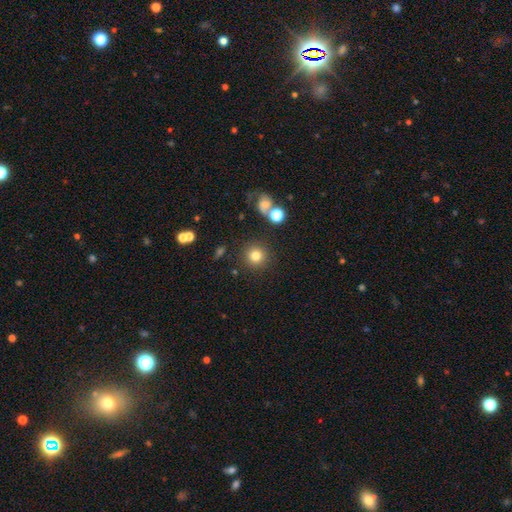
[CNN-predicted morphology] Q: Smooth or featured?
A: smooth (79%); runner-up: star or artifact (13%)
Q: How rounded?
A: round (94%); runner-up: in between (5%)
Q: Merging?
A: none (86%); runner-up: minor disturbance (7%)